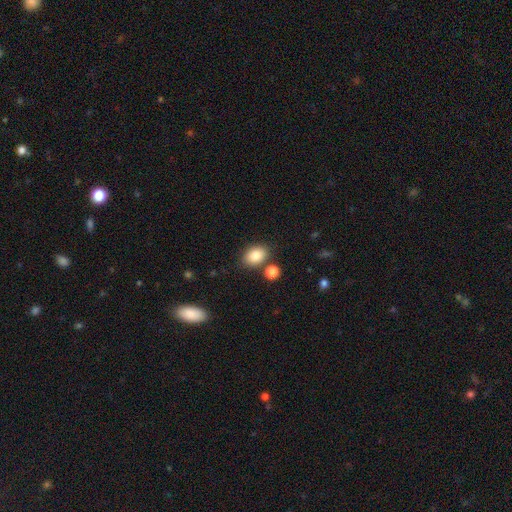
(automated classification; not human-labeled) Overall: smooth (85%). How rounded: in between (73%). Merging: none (76%).